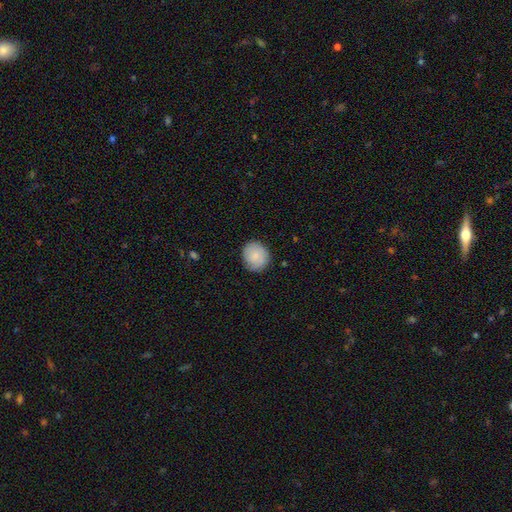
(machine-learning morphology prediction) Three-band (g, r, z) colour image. It shows a smooth galaxy with no disk features (81%) that is round (81%). Merging: none (83%).